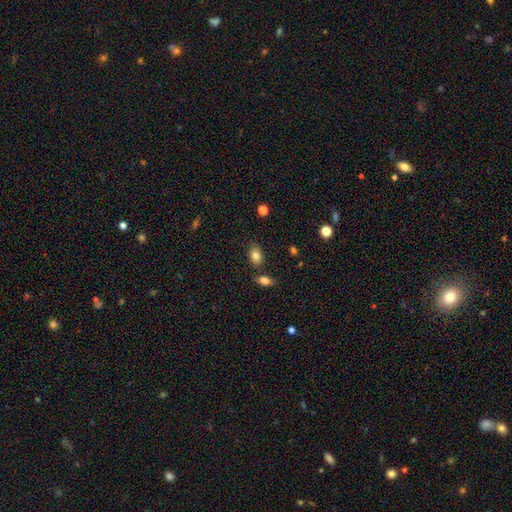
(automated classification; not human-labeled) Morphology: type=smooth (82%); roundness=in between (81%); merging=none (78%).